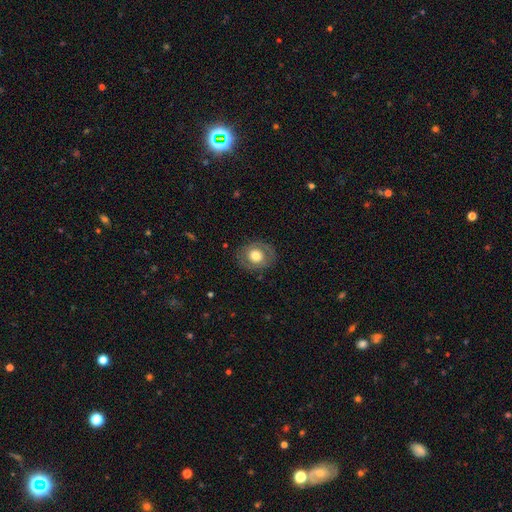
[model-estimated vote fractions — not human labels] A smooth galaxy with no disk features (57%) that is round (62%). Merging: none (81%).